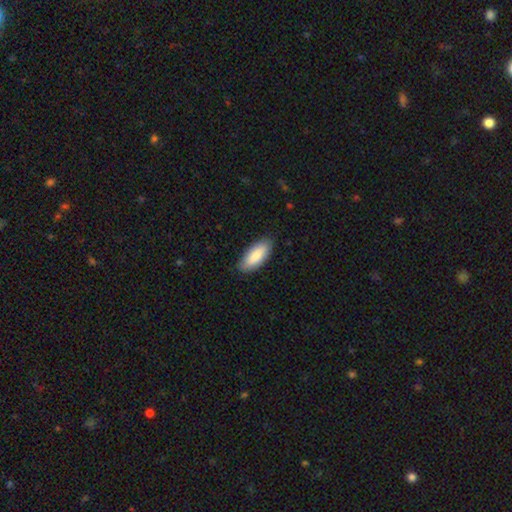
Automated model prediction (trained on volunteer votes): smooth 87%, featured or disk 8%, star or artifact 5%. Down the decision tree: how rounded — in between (83%); merging — none (85%).